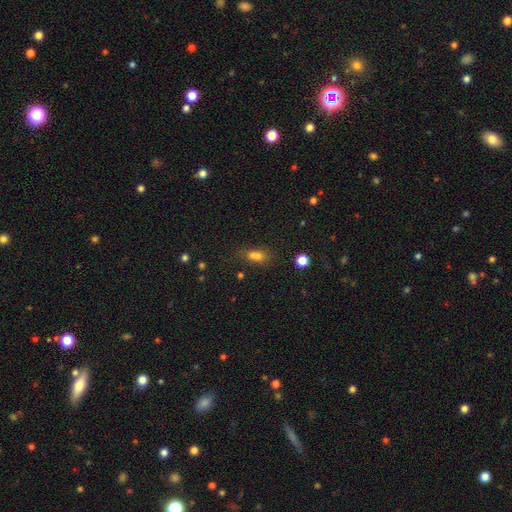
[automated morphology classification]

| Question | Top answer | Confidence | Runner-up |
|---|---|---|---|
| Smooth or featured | smooth | 66% | star or artifact (18%) |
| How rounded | round | 48% | in between (47%) |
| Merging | merger | 57% | none (29%) |